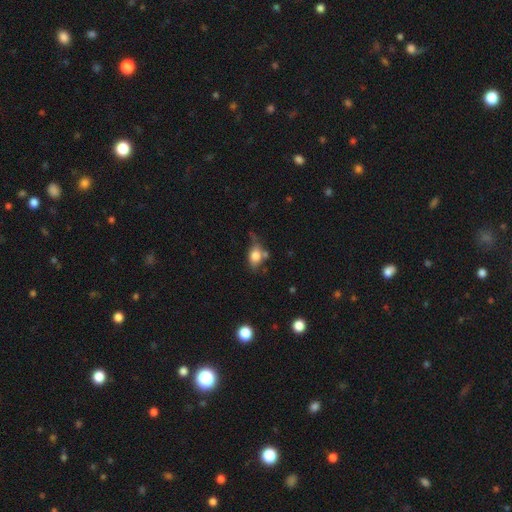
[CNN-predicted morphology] Q: Smooth or featured?
A: smooth (76%); runner-up: featured or disk (15%)
Q: How rounded?
A: in between (76%); runner-up: round (21%)
Q: Merging?
A: none (45%); runner-up: minor disturbance (27%)